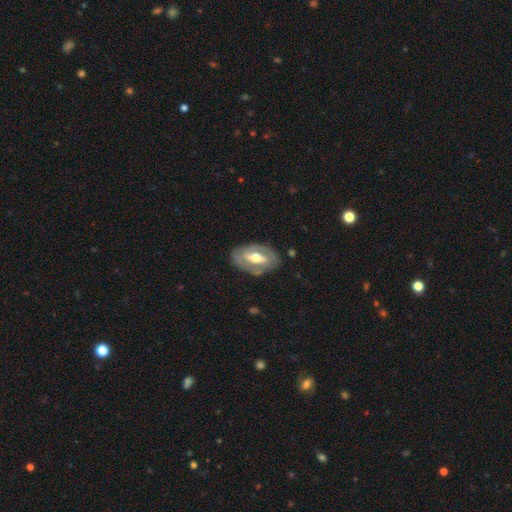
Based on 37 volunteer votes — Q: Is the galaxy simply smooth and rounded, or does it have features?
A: featured or disk — 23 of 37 (62%).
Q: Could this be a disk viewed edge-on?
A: no — 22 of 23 (96%).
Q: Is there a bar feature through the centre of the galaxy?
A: weak — 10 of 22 (45%).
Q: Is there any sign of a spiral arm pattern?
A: yes — 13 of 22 (59%).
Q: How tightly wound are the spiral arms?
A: tight — 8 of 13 (62%).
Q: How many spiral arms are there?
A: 2 — 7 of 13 (54%).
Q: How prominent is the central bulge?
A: moderate — 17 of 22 (77%).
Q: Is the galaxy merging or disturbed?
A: none — 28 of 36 (78%).